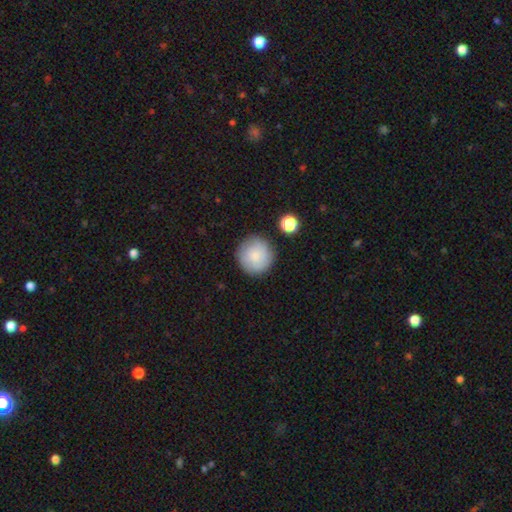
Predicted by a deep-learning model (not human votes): smooth-or-featured: smooth: 81% | featured or disk: 11% | star or artifact: 8%
  how-rounded: round: 95% | in between: 4% | cigar-shaped: 1%
  merging: none: 84% | minor disturbance: 10% | merger: 3% | major disturbance: 3%